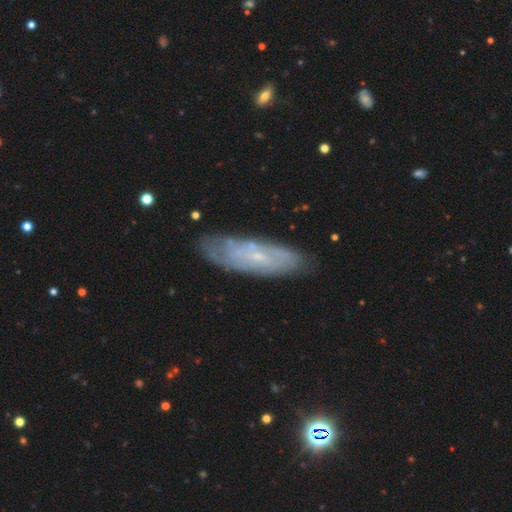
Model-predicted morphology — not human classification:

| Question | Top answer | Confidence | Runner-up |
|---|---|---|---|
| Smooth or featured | featured or disk | 67% | smooth (25%) |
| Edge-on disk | no | 80% | yes (20%) |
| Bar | no | 69% | weak (26%) |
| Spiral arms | yes | 76% | no (24%) |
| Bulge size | small | 81% | moderate (12%) |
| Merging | none | 77% | minor disturbance (17%) |